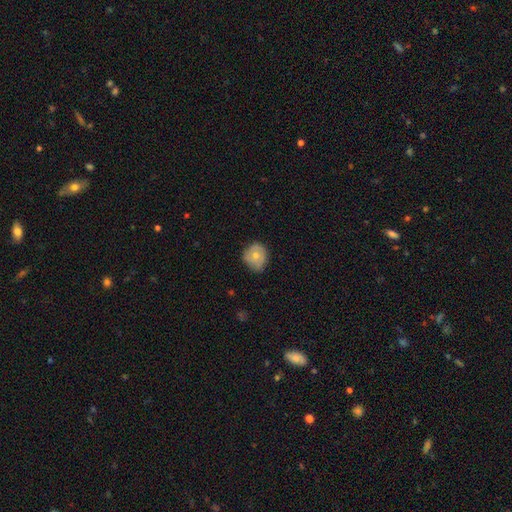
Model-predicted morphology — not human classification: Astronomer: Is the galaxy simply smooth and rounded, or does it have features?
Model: smooth — 64%.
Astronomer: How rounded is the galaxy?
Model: round — 77%.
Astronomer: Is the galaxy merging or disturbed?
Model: none — 64%.